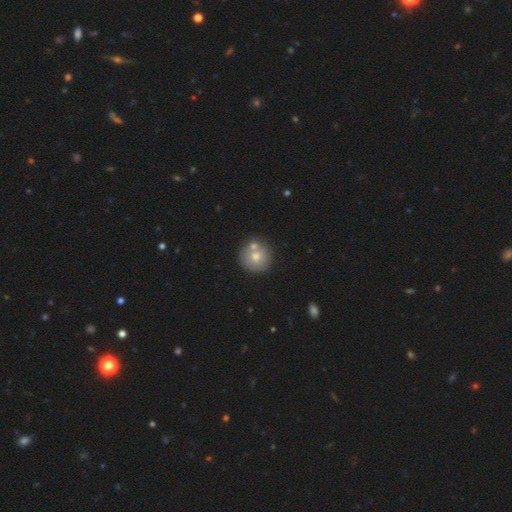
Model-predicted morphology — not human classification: This is likely a smooth galaxy (70%). How rounded: clearly round (94%). Merging: likely none (63%).